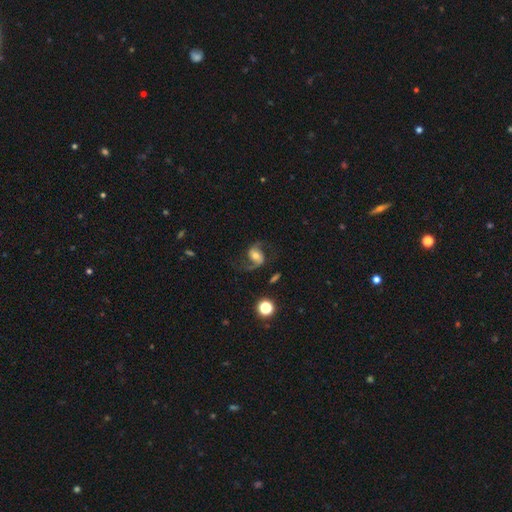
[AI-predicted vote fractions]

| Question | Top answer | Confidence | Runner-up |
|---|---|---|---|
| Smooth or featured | featured or disk | 81% | smooth (11%) |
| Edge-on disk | no | 97% | yes (3%) |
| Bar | no | 45% | weak (35%) |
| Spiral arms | yes | 95% | no (5%) |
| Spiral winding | loose | 57% | medium (36%) |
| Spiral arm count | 2 | 90% | 1 (5%) |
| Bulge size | moderate | 63% | small (26%) |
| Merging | none | 71% | minor disturbance (14%) |